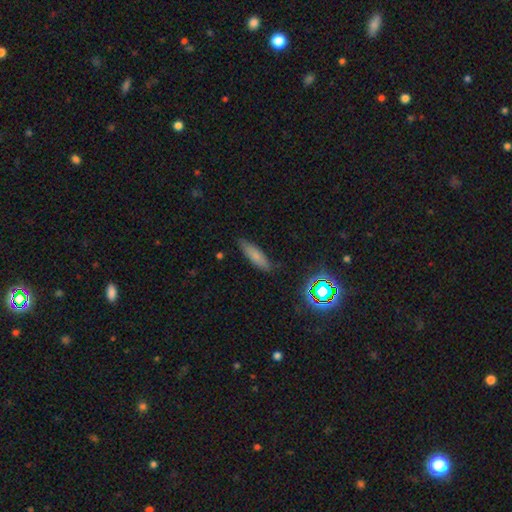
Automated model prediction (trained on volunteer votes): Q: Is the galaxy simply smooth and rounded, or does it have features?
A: smooth — 72%.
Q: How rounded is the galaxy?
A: cigar-shaped — 57%.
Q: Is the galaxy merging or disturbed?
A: none — 82%.